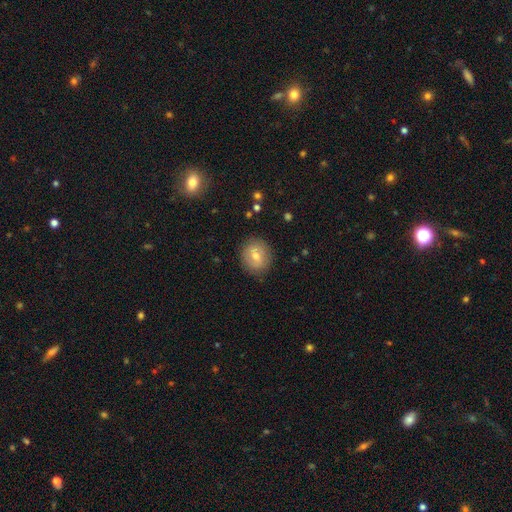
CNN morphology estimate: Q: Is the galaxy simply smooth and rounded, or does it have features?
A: smooth — 61%.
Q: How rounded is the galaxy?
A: round — 74%.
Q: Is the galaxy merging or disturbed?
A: none — 85%.